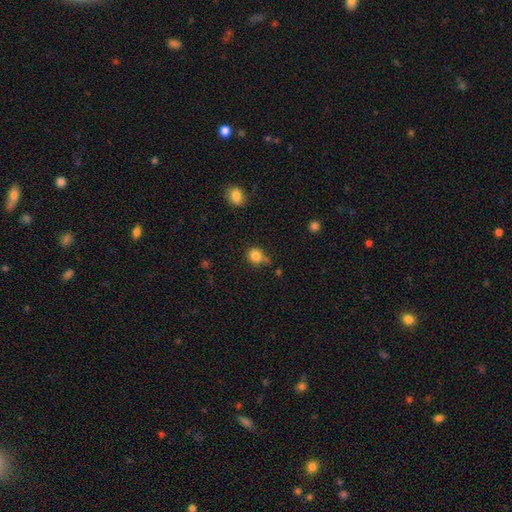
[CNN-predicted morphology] A smooth galaxy with no disk features (84%) that is round (77%). Merging: none (64%).